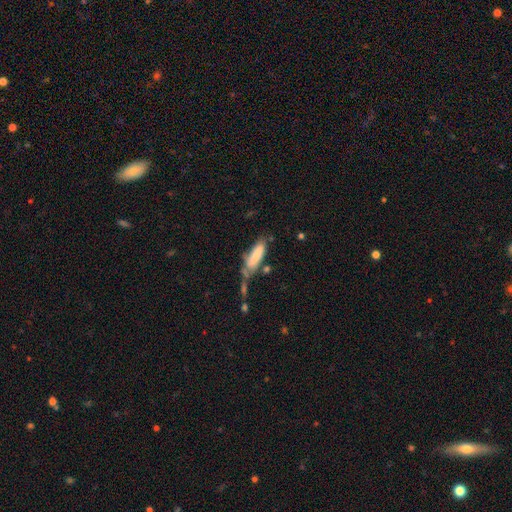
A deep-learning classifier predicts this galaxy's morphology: smooth_or_featured: smooth (p=0.77) [alt: featured or disk p=0.16]
how_rounded: in between (p=0.53) [alt: cigar-shaped p=0.46]
merging: none (p=0.35) [alt: minor disturbance p=0.26]